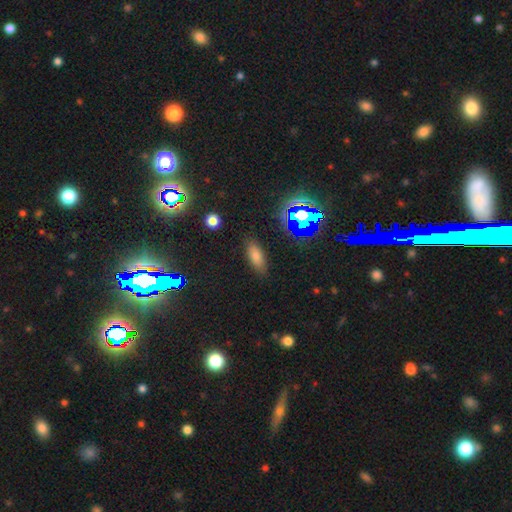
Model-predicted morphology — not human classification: A smooth galaxy with no disk features (66%) that is in between round and cigar-shaped (78%). Merging: none (85%).